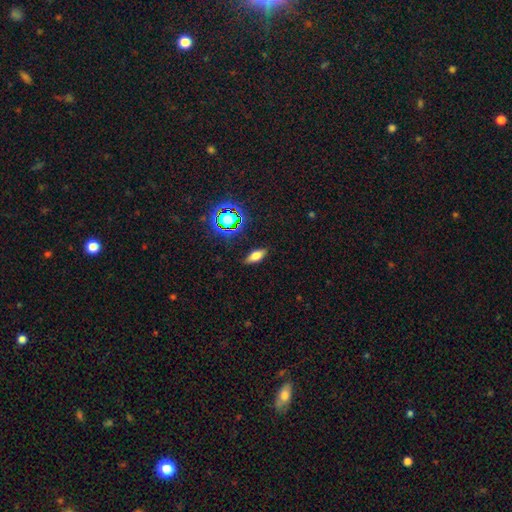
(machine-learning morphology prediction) The model was most divided on "smooth or featured": smooth: 61%, featured or disk: 23%, star or artifact: 16%. More confident: merging — none (86%); how rounded — in between (73%).